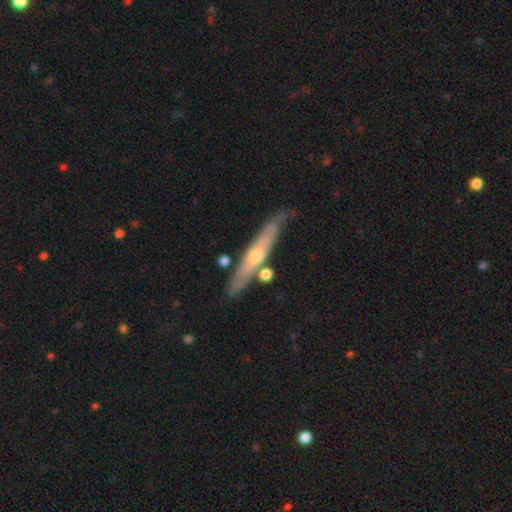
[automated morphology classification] featured or disk 60%, smooth 34%, star or artifact 6%. Down the decision tree: edge-on disk — yes (86%); edge-on bulge — rounded (80%); merging — none (73%).